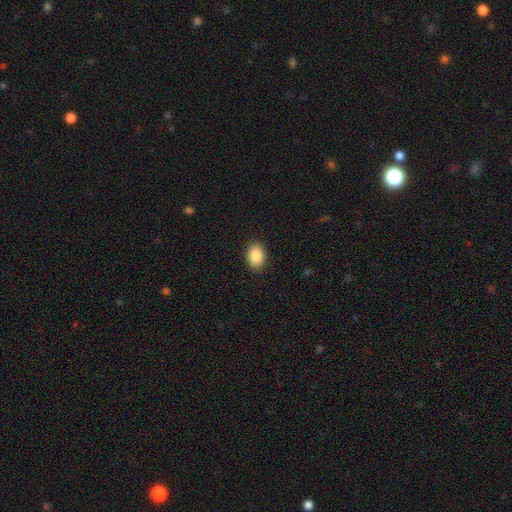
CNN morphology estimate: smooth_or_featured: smooth (p=0.89) [alt: star or artifact p=0.07]
how_rounded: in between (p=0.83) [alt: round p=0.16]
merging: none (p=0.90) [alt: minor disturbance p=0.08]